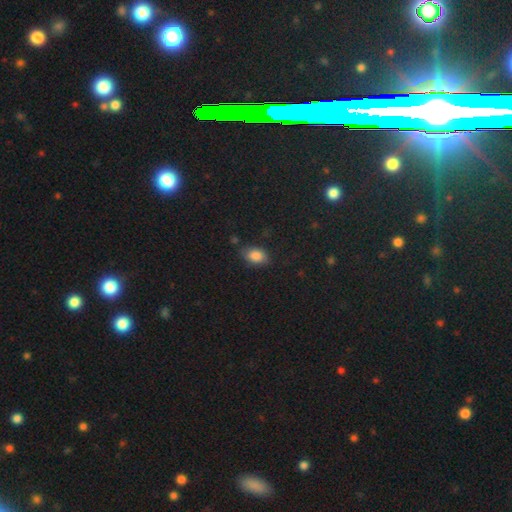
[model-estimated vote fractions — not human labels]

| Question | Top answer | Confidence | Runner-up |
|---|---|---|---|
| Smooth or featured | smooth | 85% | star or artifact (9%) |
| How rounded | in between | 86% | round (13%) |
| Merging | none | 75% | minor disturbance (19%) |